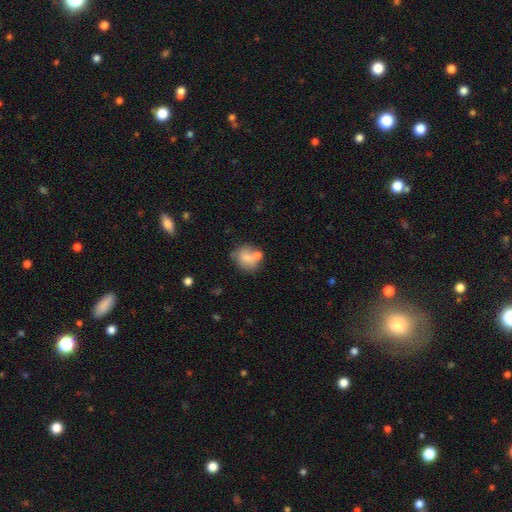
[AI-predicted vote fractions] Smooth or featured?
  - smooth: 69% *
  - featured or disk: 22%
  - star or artifact: 9%
How rounded?
  - round: 70% *
  - in between: 29%
  - cigar-shaped: 1%
Merging?
  - none: 46% *
  - merger: 32%
  - minor disturbance: 15%
  - major disturbance: 6%